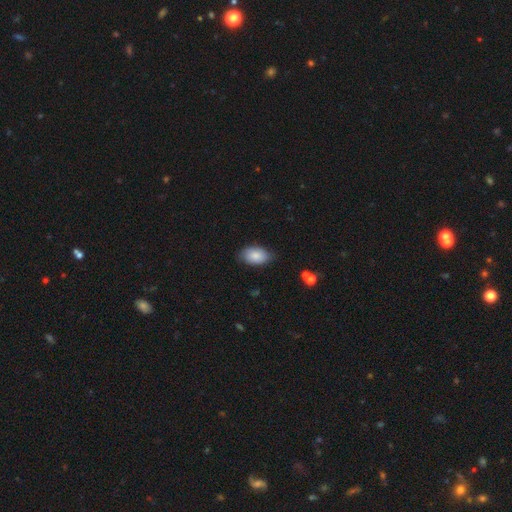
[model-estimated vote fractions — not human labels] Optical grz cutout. It shows a smooth galaxy with no disk features (84%) that is in between round and cigar-shaped (92%). Merging: none (75%).